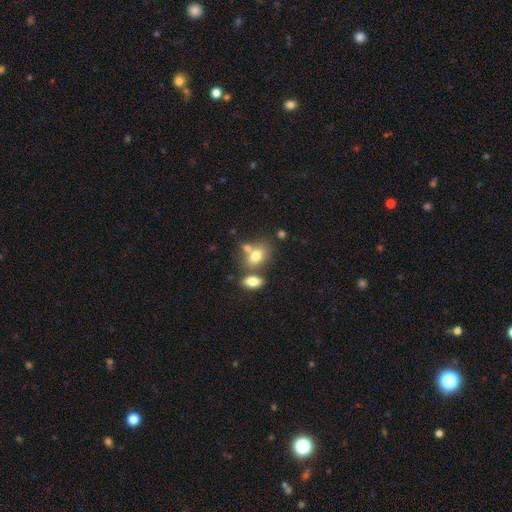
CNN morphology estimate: Q: Smooth or featured?
A: smooth (75%); runner-up: featured or disk (16%)
Q: How rounded?
A: in between (73%); runner-up: round (25%)
Q: Merging?
A: none (42%); runner-up: merger (41%)